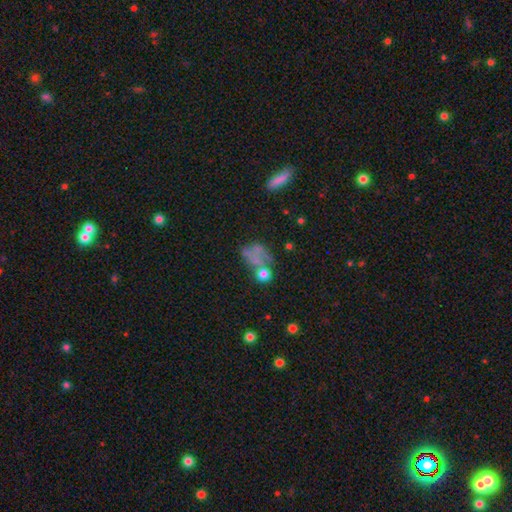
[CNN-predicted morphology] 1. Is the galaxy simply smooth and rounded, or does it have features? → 45% smooth, 35% featured or disk, 20% star or artifact.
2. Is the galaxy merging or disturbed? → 33% major disturbance, 28% none, 22% merger, 17% minor disturbance.